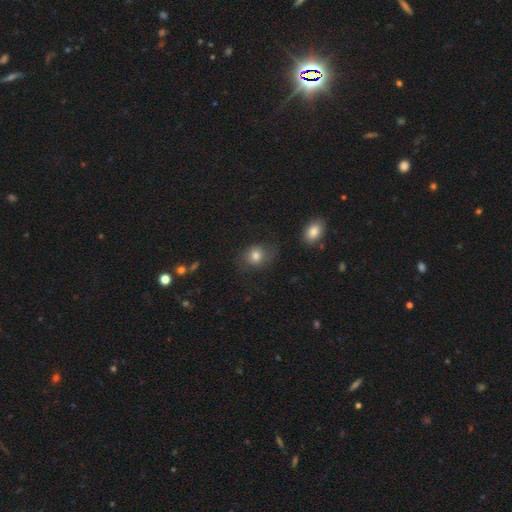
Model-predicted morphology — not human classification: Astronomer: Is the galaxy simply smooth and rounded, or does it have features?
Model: smooth — 75%.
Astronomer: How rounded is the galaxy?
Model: round — 61% (runner-up: in between, 38%).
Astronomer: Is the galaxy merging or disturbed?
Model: none — 66%.